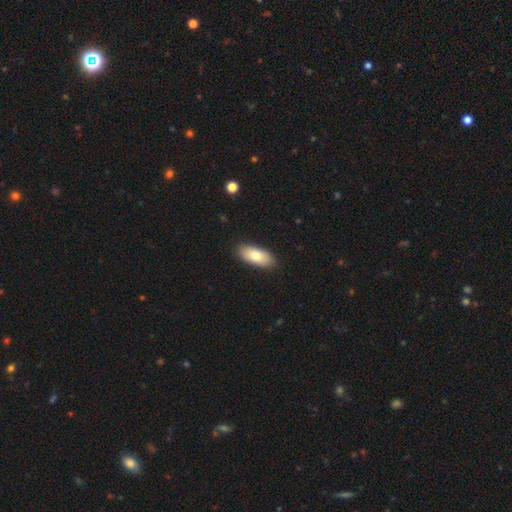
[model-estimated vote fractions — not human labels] Smooth or featured?
  - smooth: 77% *
  - featured or disk: 16%
  - star or artifact: 6%
How rounded?
  - in between: 86% *
  - cigar-shaped: 11%
  - round: 3%
Merging?
  - none: 88% *
  - minor disturbance: 10%
  - major disturbance: 2%
  - merger: 1%